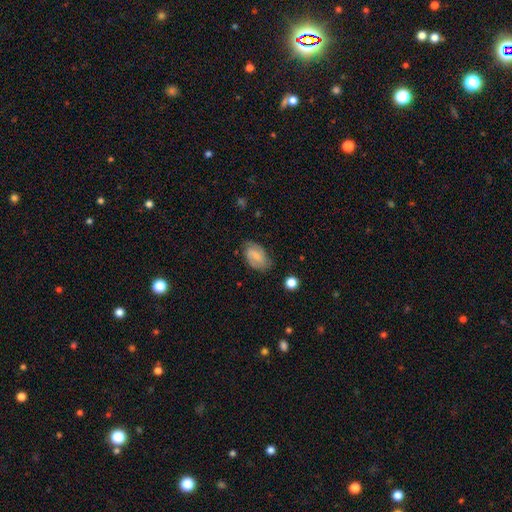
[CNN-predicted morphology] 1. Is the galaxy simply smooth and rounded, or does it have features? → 47% featured or disk, 44% smooth, 8% star or artifact.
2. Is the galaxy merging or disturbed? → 74% none, 19% minor disturbance, 5% major disturbance, 2% merger.